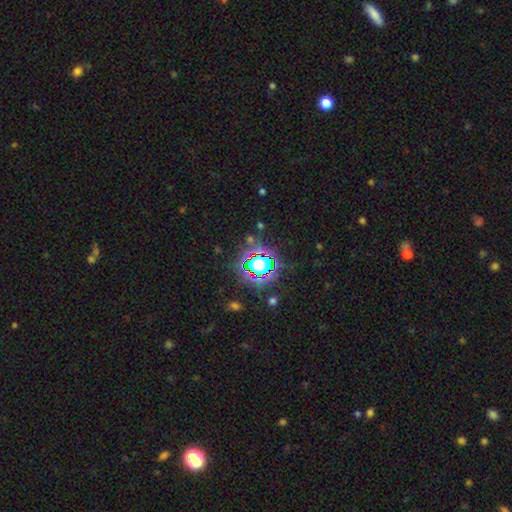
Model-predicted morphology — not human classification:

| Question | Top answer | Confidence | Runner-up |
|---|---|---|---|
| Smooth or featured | star or artifact | 79% | smooth (13%) |